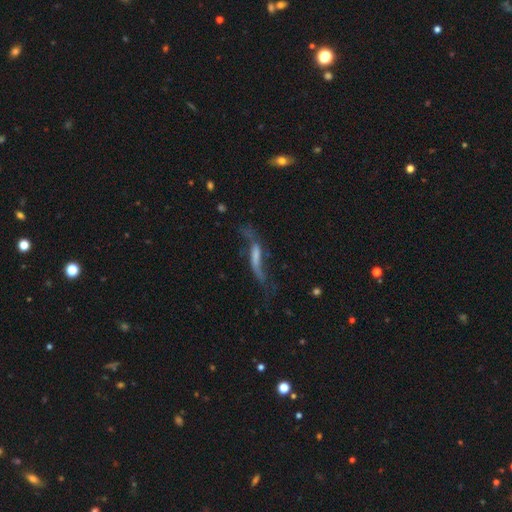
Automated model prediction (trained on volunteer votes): smooth_or_featured: featured or disk (p=0.65) [alt: smooth p=0.24]
disk_edge_on: no (p=0.60) [alt: yes p=0.40]
merging: none (p=0.44) [alt: major disturbance p=0.28]